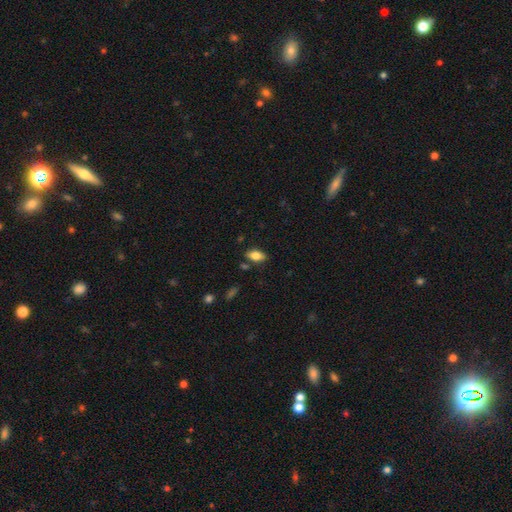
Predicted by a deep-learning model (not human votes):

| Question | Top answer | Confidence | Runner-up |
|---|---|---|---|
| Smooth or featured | smooth | 79% | featured or disk (13%) |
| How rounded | in between | 90% | cigar-shaped (7%) |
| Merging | none | 83% | minor disturbance (12%) |